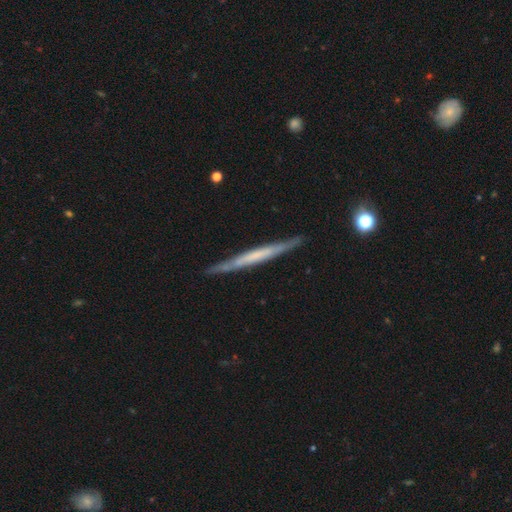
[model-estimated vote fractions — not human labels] smooth_or_featured: featured or disk (p=0.60) [alt: smooth p=0.35]
disk_edge_on: yes (p=0.95) [alt: no p=0.05]
edge_on_bulge: none (p=0.75) [alt: boxy p=0.14]
merging: none (p=0.86) [alt: minor disturbance p=0.10]